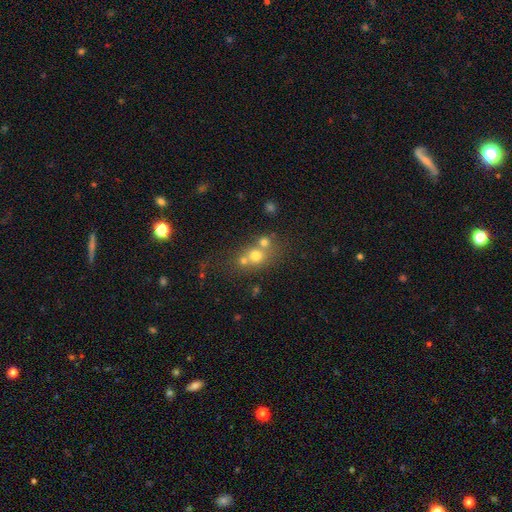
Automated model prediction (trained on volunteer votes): A smooth galaxy with no disk features (66%) that is round (78%).

Vote fractions:
- Smooth or featured? smooth: 66% / star or artifact: 17% / featured or disk: 17%
- How rounded? round: 78% / in between: 20% / cigar-shaped: 1%
- Merging? merger: 45% / none: 42% / minor disturbance: 8% / major disturbance: 5%